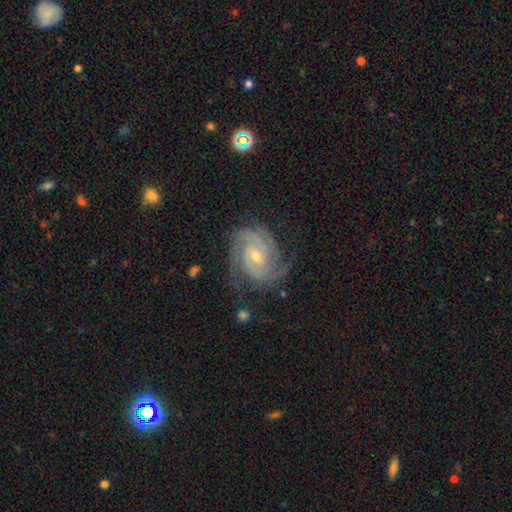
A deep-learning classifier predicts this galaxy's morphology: featured or disk 91%, star or artifact 5%, smooth 4%. Down the decision tree: edge-on disk — no (98%); bar — weak (46%); spiral arms — yes (98%); spiral arm count — 2 (42%); spiral winding — tight (66%); bulge size — small (51%); merging — none (74%).